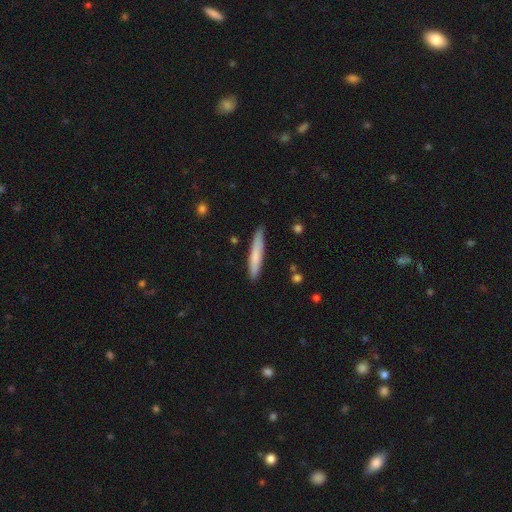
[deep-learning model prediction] The model was most divided on "smooth or featured": smooth: 73%, featured or disk: 21%, star or artifact: 5%. More confident: how rounded — cigar-shaped (93%); merging — none (84%).